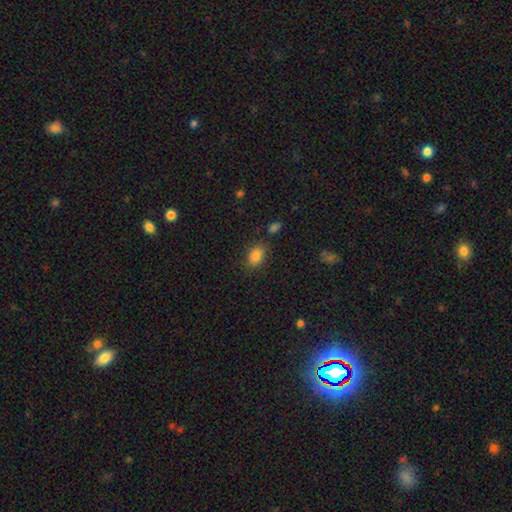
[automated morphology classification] smooth 85%, star or artifact 10%, featured or disk 5%. Down the decision tree: how rounded — in between (83%); merging — none (79%).